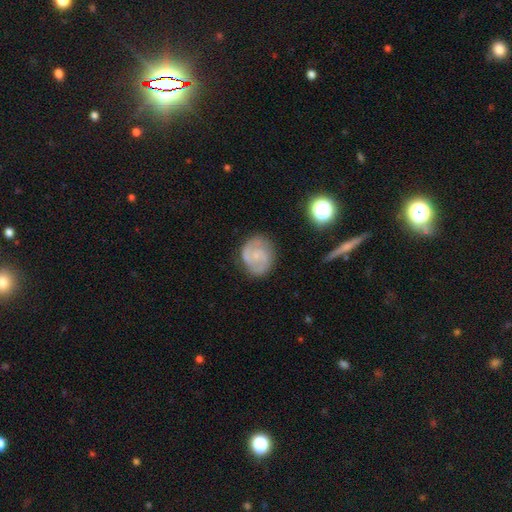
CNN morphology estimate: A featured or disk galaxy (76%) with no bar (57%), 2 (84%) medium (48%) spiral arms (94%) and a small central bulge (61%).

Vote fractions:
- Smooth or featured? featured or disk: 76% / smooth: 17% / star or artifact: 6%
- Edge-on disk? no: 98% / yes: 2%
- Bar? no: 57% / weak: 37% / strong: 6%
- Spiral arms? yes: 94% / no: 6%
- Spiral winding? medium: 48% / tight: 40% / loose: 13%
- Spiral arm count? 2: 84% / can't tell: 7% / 3: 3% / 1: 2% / 4: 1% / more than 4: 1%
- Bulge size? small: 61% / none: 22% / moderate: 15% / large: 1% / dominant: 1%
- Merging? none: 79% / minor disturbance: 15% / major disturbance: 5% / merger: 2%